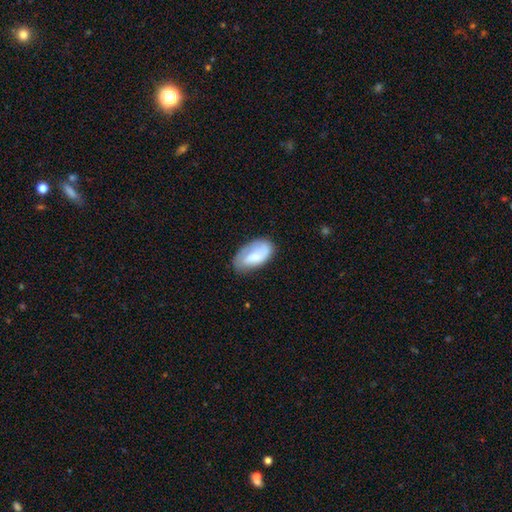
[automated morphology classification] Smooth or featured?
  - smooth: 62% *
  - featured or disk: 32%
  - star or artifact: 6%
How rounded?
  - in between: 94% *
  - round: 4%
  - cigar-shaped: 2%
Merging?
  - none: 67% *
  - minor disturbance: 23%
  - major disturbance: 8%
  - merger: 2%